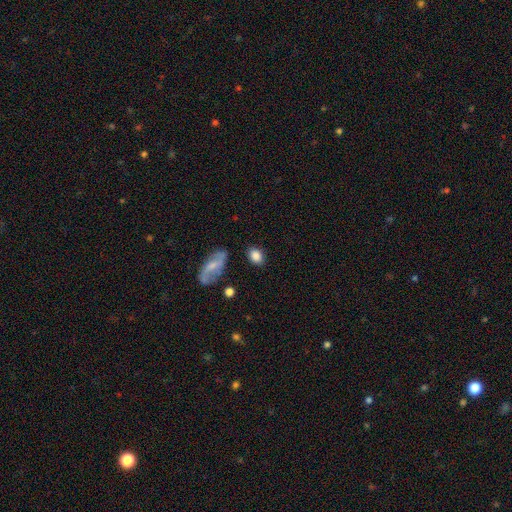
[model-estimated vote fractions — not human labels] smooth 82%, featured or disk 11%, star or artifact 8%. Down the decision tree: how rounded — in between (73%); merging — none (78%).